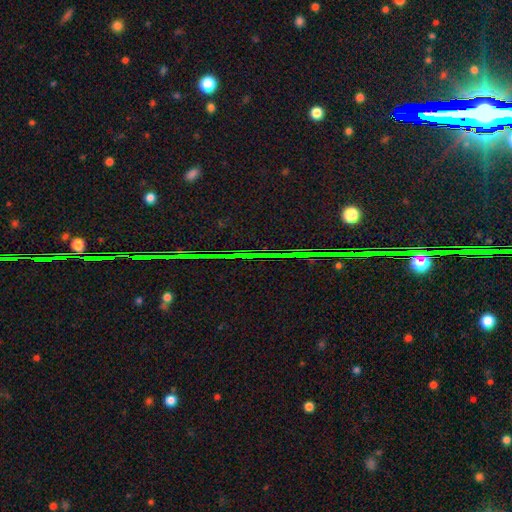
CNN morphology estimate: Smooth or featured?
  - star or artifact: 84% *
  - featured or disk: 9%
  - smooth: 7%